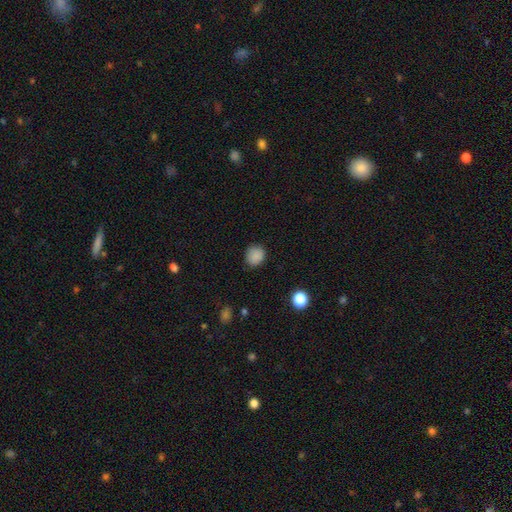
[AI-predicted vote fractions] This is clearly a smooth galaxy (86%). How rounded: likely round (80%). Merging: clearly none (85%).